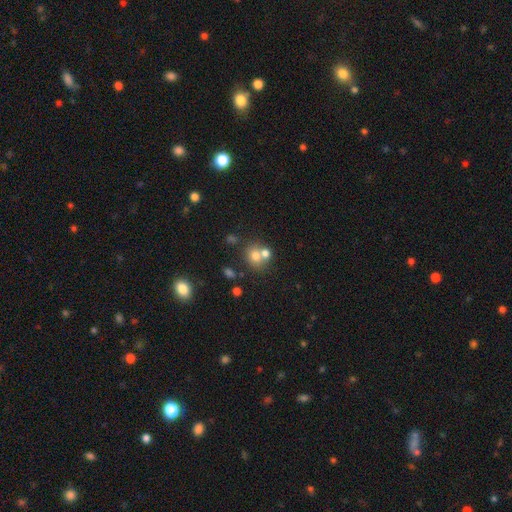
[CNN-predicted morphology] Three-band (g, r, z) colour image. It shows a smooth galaxy with no disk features (71%) that is round (75%). Merging: none (45%).